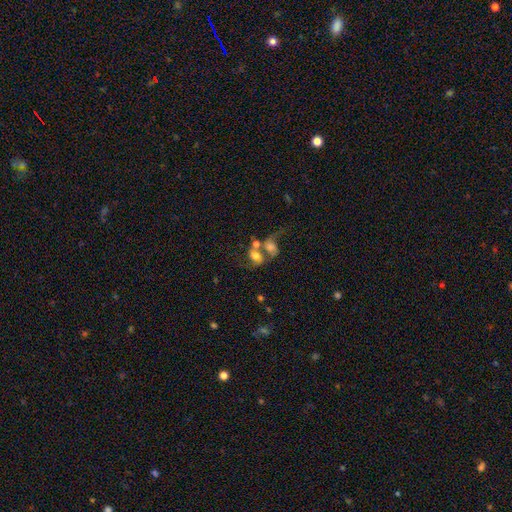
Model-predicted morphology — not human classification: smooth_or_featured: smooth (p=0.45) [alt: featured or disk p=0.43]
merging: merger (p=0.69) [alt: none p=0.13]